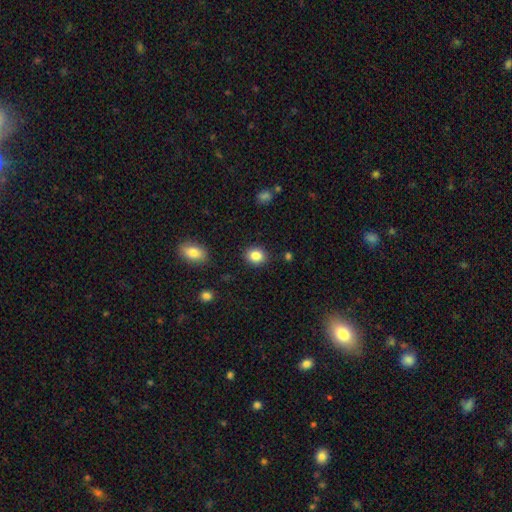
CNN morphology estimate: Overall: smooth (85%). How rounded: round (56%; in between 44%). Merging: none (88%).